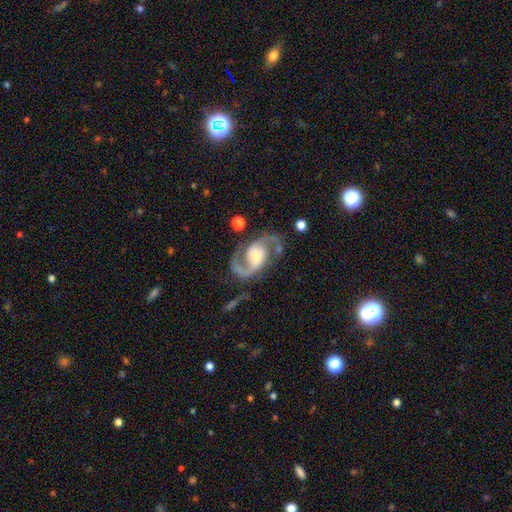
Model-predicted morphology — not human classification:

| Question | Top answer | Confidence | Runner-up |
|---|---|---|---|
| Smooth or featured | featured or disk | 91% | star or artifact (5%) |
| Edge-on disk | no | 98% | yes (2%) |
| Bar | no | 53% | weak (33%) |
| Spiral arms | yes | 97% | no (3%) |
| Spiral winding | medium | 57% | loose (30%) |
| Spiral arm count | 2 | 93% | 1 (3%) |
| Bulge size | moderate | 41% | small (39%) |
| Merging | none | 72% | minor disturbance (14%) |